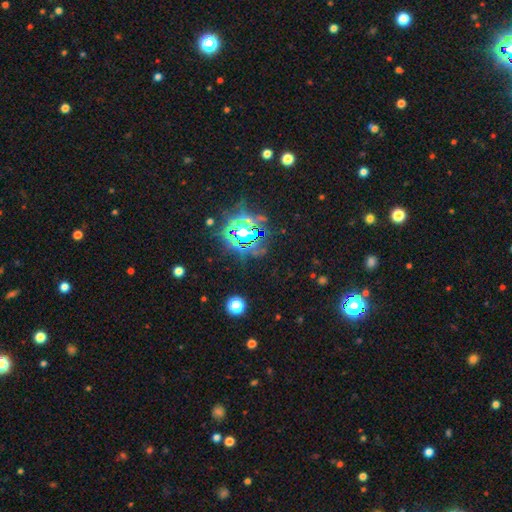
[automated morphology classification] A star or artifact, not a galaxy (85%).

Vote fractions:
- Smooth or featured? star or artifact: 85% / smooth: 9% / featured or disk: 6%